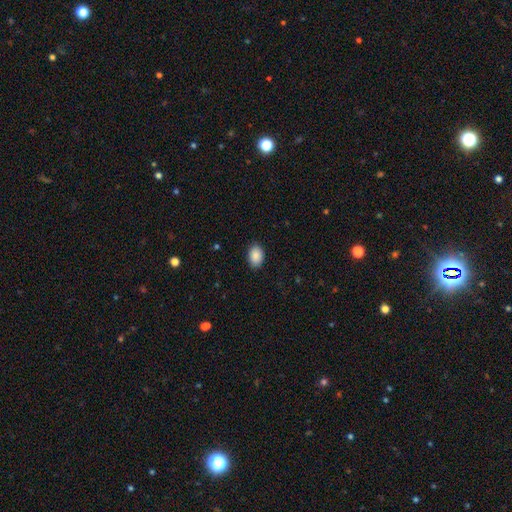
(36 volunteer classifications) Smooth or featured: smooth — 94% (star or artifact — 6%)
How rounded: in between — 94% (round — 6%)
Merging: none — 91% (minor disturbance — 6%)